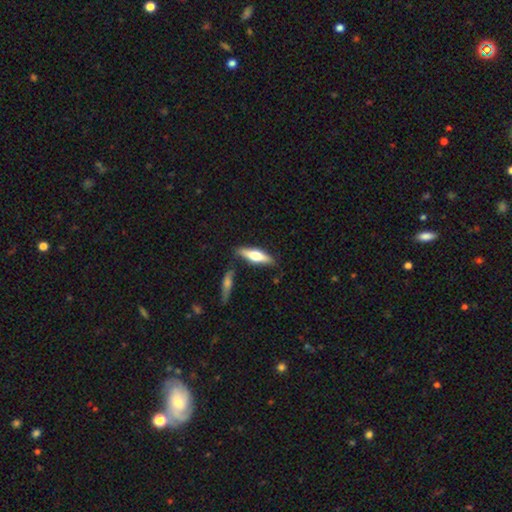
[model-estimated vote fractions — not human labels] Smooth or featured? smooth (49%)
Merging? none (79%)